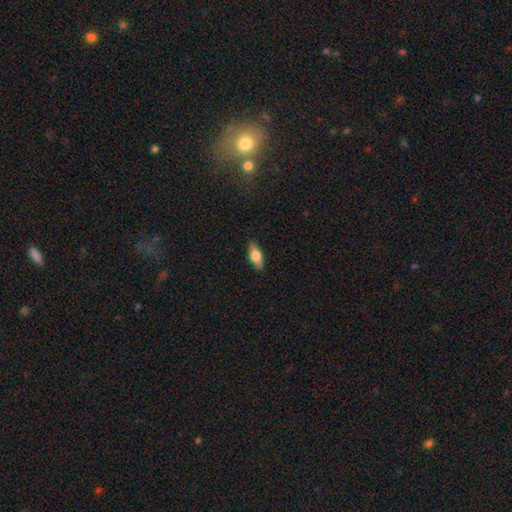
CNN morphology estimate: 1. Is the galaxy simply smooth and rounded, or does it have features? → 68% smooth, 25% featured or disk, 6% star or artifact.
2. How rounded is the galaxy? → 77% in between, 20% cigar-shaped, 3% round.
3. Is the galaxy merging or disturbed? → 86% none, 11% minor disturbance, 2% major disturbance, 1% merger.